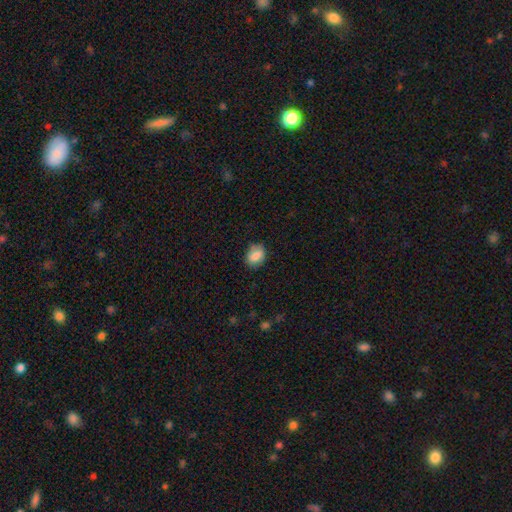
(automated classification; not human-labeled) Smooth or featured: smooth — 81% (featured or disk — 12%)
How rounded: in between — 69% (round — 29%)
Merging: none — 75% (minor disturbance — 19%)